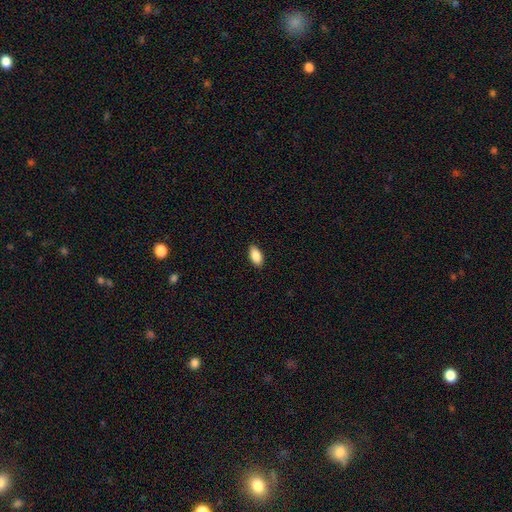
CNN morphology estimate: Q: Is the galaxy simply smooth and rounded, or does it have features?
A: smooth — 87%.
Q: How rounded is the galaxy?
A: in between — 92%.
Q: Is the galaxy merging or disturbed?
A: none — 89%.